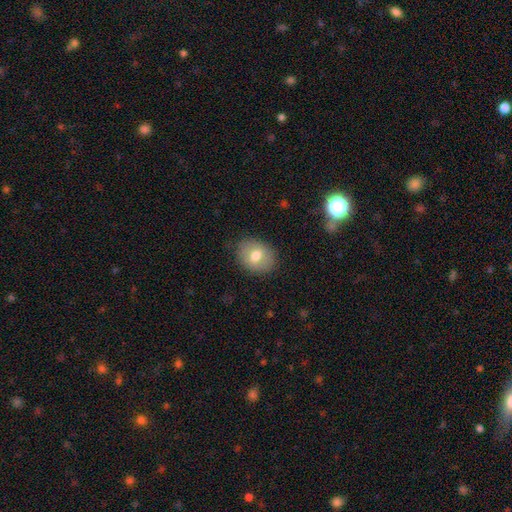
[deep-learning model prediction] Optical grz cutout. It shows a smooth galaxy with no disk features (72%) that is in between round and cigar-shaped (51%). Merging: none (84%).